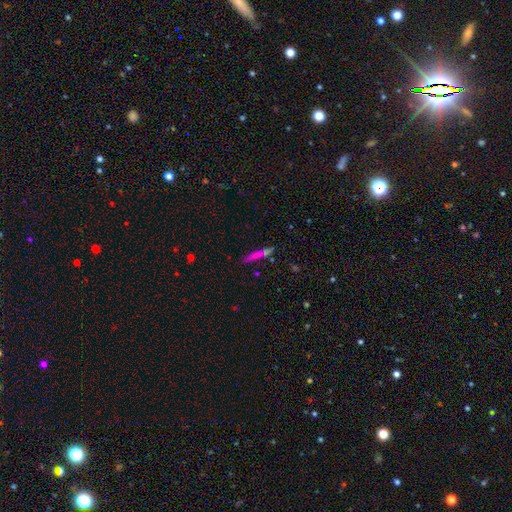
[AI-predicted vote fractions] Smooth or featured: smooth — 62% (featured or disk — 28%)
How rounded: cigar-shaped — 93% (in between — 5%)
Merging: none — 83% (minor disturbance — 11%)